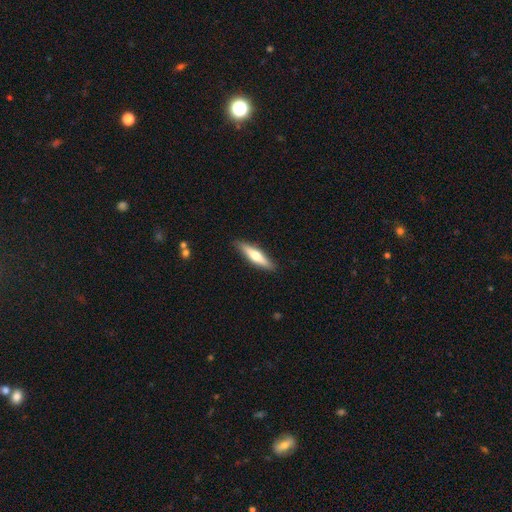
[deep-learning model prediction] The model was most divided on "smooth or featured": smooth: 49%, featured or disk: 45%, star or artifact: 5%. More confident: merging — none (88%).